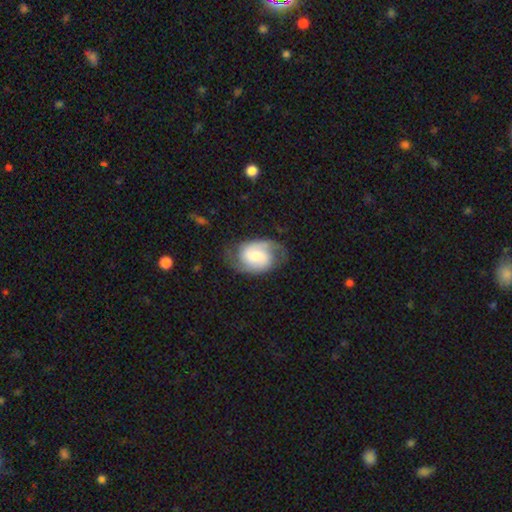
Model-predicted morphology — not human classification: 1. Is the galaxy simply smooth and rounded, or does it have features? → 78% featured or disk, 16% smooth, 6% star or artifact.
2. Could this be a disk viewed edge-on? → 97% no, 3% yes.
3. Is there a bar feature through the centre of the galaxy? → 45% weak, 40% no, 15% strong.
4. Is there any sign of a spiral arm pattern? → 95% yes, 5% no.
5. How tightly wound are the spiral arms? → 49% medium, 30% tight, 21% loose.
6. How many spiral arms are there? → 89% 2, 5% can't tell, 3% 1, 2% 3, 1% 4, 1% more than 4.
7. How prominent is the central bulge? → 41% moderate, 27% small, 21% large, 7% none, 4% dominant.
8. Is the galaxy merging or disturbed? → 70% none, 19% minor disturbance, 10% major disturbance, 1% merger.